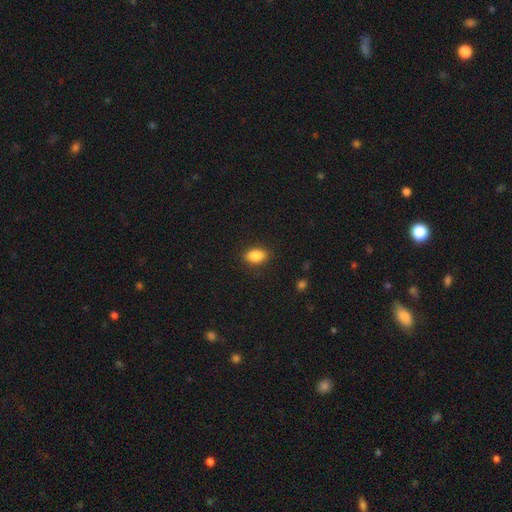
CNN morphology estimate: Smooth or featured?
  - smooth: 87% *
  - star or artifact: 8%
  - featured or disk: 5%
How rounded?
  - in between: 86% *
  - round: 12%
  - cigar-shaped: 2%
Merging?
  - none: 88% *
  - minor disturbance: 9%
  - major disturbance: 2%
  - merger: 1%